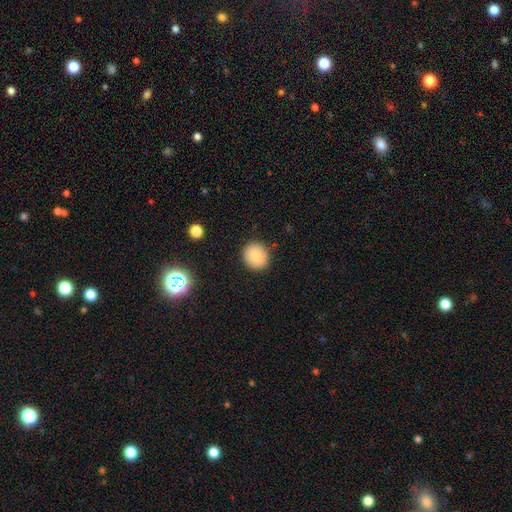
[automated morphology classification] A smooth galaxy with no disk features (82%) that is round (87%). Merging: none (89%).